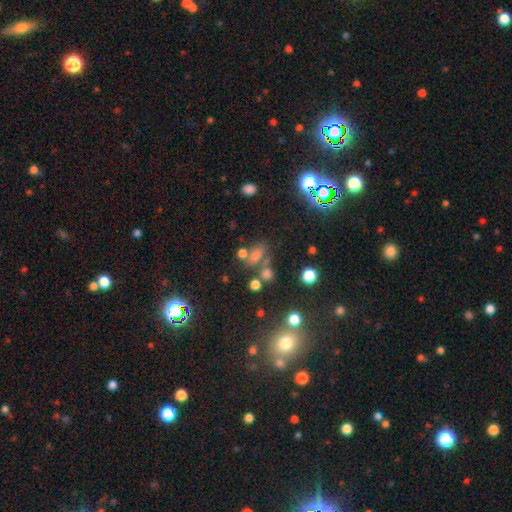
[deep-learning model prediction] The model was most divided on "smooth or featured": smooth: 51%, star or artifact: 36%, featured or disk: 13%. More confident: how rounded — in between (64%); merging — none (52%).